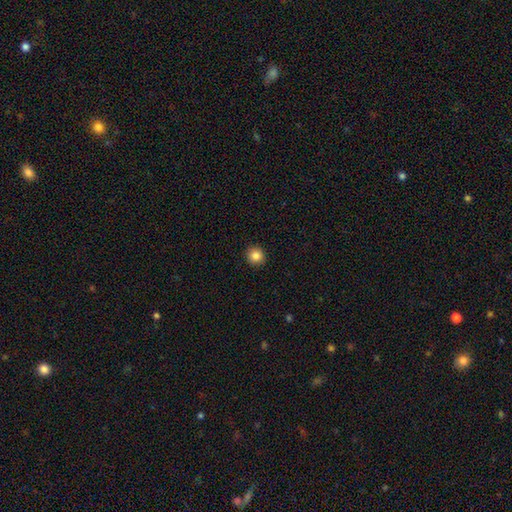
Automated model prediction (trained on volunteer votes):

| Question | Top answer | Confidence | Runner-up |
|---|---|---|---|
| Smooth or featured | smooth | 85% | star or artifact (11%) |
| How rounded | round | 92% | in between (7%) |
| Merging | none | 93% | minor disturbance (5%) |